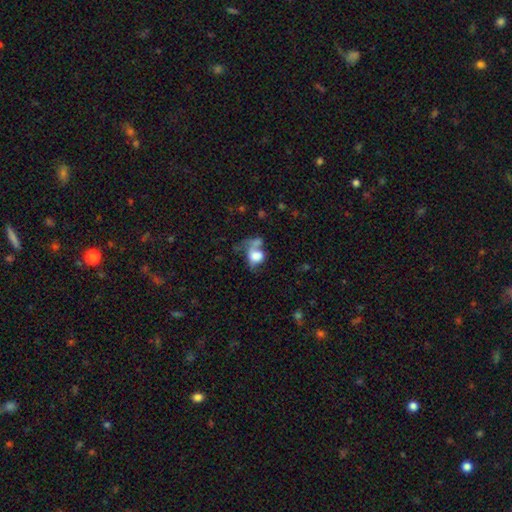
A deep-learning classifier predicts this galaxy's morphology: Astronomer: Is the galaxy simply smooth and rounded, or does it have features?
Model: smooth — 65%.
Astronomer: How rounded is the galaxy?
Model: in between — 58% (runner-up: round, 40%).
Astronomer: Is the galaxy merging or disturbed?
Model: merger — 37% (runner-up: major disturbance, 27%).